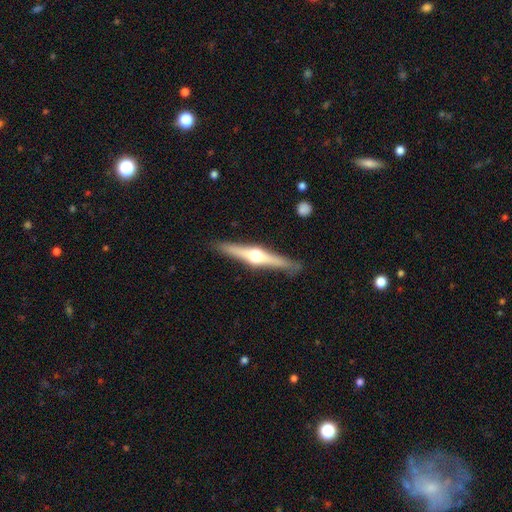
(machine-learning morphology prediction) type=featured or disk (74%); edge-on=yes (98%); edge-on bulge=rounded (95%); merging=none (89%).